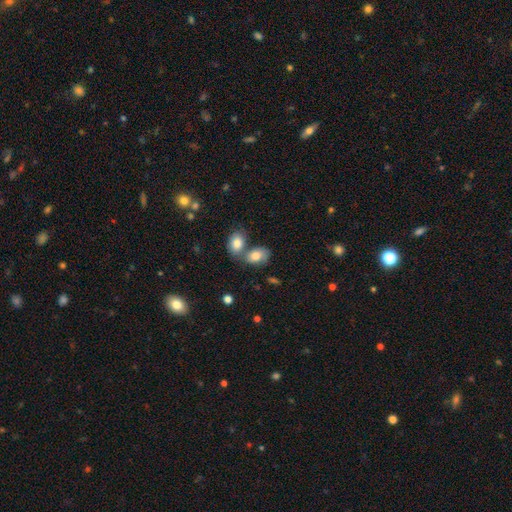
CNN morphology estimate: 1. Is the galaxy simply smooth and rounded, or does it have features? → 77% smooth, 15% featured or disk, 8% star or artifact.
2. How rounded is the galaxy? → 83% in between, 15% round, 2% cigar-shaped.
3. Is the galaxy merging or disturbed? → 47% merger, 37% none, 12% minor disturbance, 4% major disturbance.